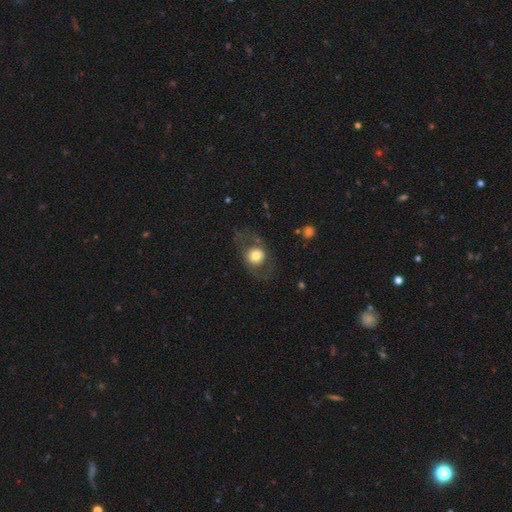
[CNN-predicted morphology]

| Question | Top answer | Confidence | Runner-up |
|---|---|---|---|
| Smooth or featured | smooth | 60% | featured or disk (33%) |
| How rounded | round | 72% | in between (27%) |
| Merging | none | 69% | major disturbance (15%) |